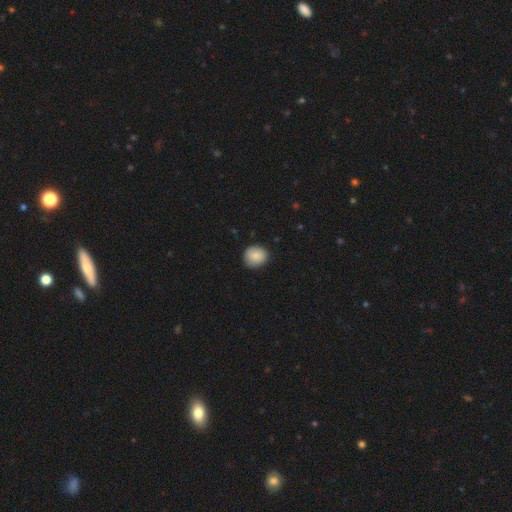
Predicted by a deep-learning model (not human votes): The model was most divided on "how rounded": round: 81%, in between: 18%, cigar-shaped: 1%. More confident: smooth or featured — smooth (87%); merging — none (87%).